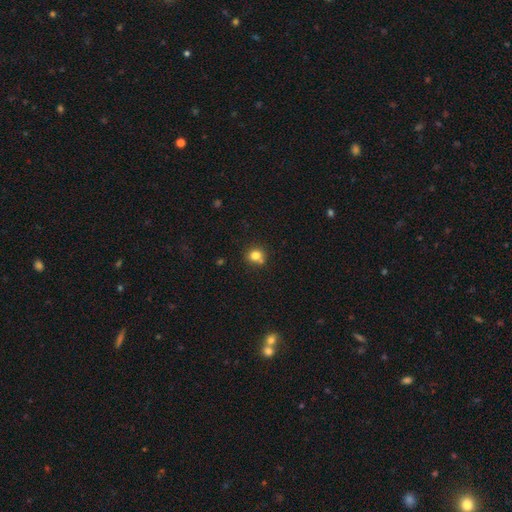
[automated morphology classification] Smooth or featured?
  - smooth: 80% *
  - star or artifact: 12%
  - featured or disk: 8%
How rounded?
  - round: 83% *
  - in between: 17%
  - cigar-shaped: 1%
Merging?
  - none: 67% *
  - merger: 16%
  - minor disturbance: 14%
  - major disturbance: 4%